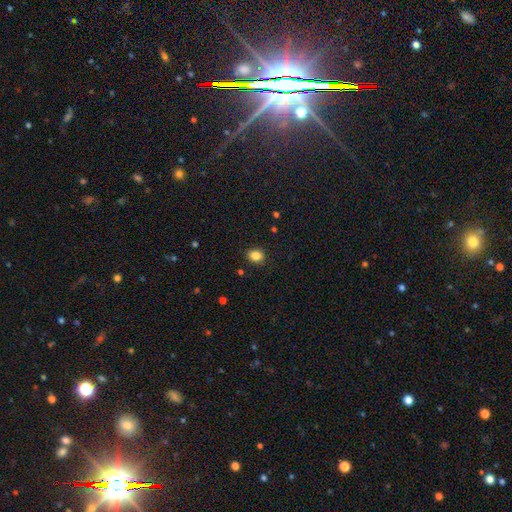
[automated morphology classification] Smooth or featured?
  - smooth: 85% *
  - star or artifact: 11%
  - featured or disk: 5%
How rounded?
  - round: 56% *
  - in between: 43%
  - cigar-shaped: 1%
Merging?
  - none: 89% *
  - minor disturbance: 8%
  - major disturbance: 2%
  - merger: 1%